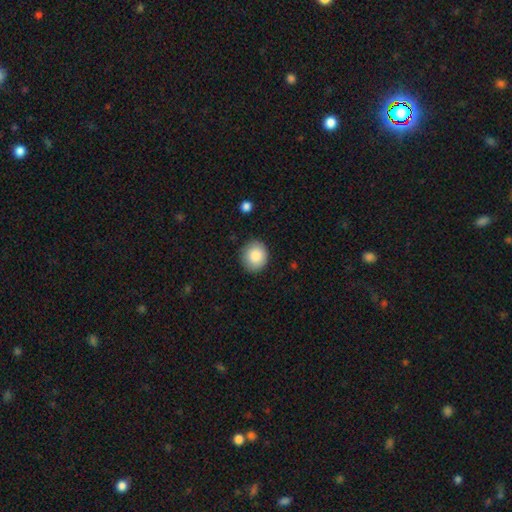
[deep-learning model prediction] Smooth or featured? smooth (87%)
How rounded? round (82%)
Merging? none (86%)